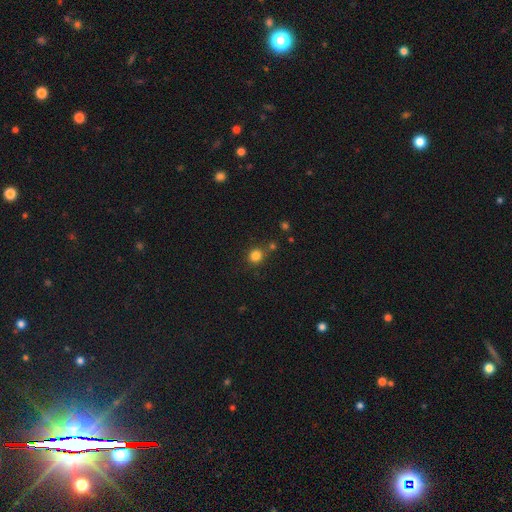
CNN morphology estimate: Smooth or featured?
  - smooth: 82% *
  - star or artifact: 14%
  - featured or disk: 5%
How rounded?
  - round: 90% *
  - in between: 9%
  - cigar-shaped: 1%
Merging?
  - none: 77% *
  - merger: 10%
  - minor disturbance: 9%
  - major disturbance: 3%